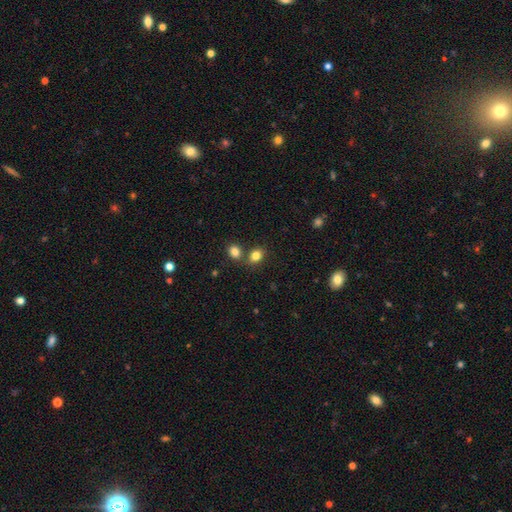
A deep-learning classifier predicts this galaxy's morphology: This is clearly a smooth galaxy (83%). How rounded: possibly in between (54%). Merging: likely none (60%).